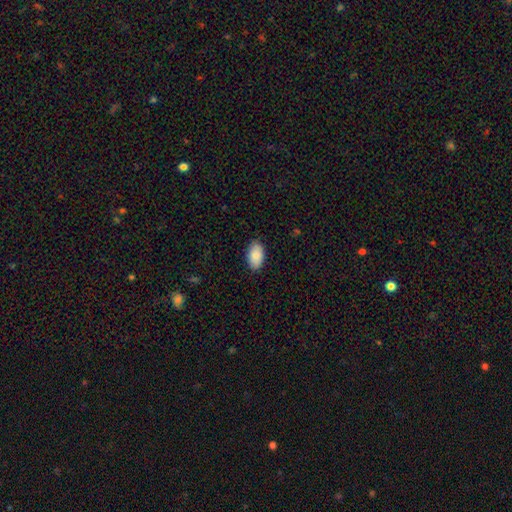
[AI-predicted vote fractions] This is clearly a smooth galaxy (89%). How rounded: clearly in between (95%). Merging: clearly none (87%).